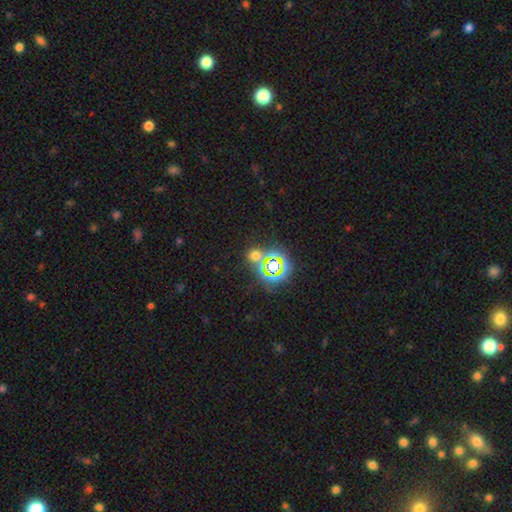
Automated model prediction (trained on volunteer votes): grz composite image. It shows a star or artifact, not a galaxy (48%).